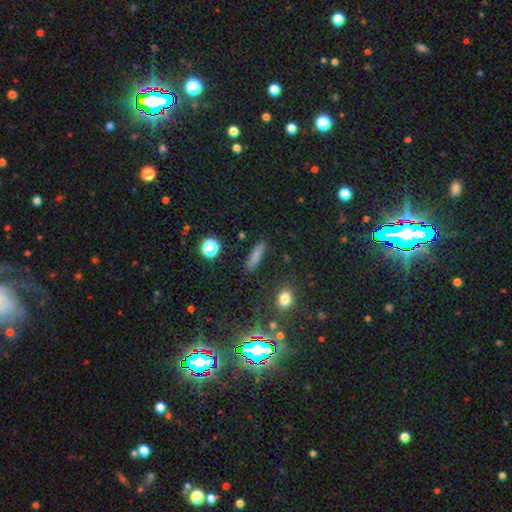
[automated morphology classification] Smooth or featured? Predicted: smooth (p=0.79). How rounded? Predicted: cigar-shaped (p=0.66). Merging? Predicted: none (p=0.87).